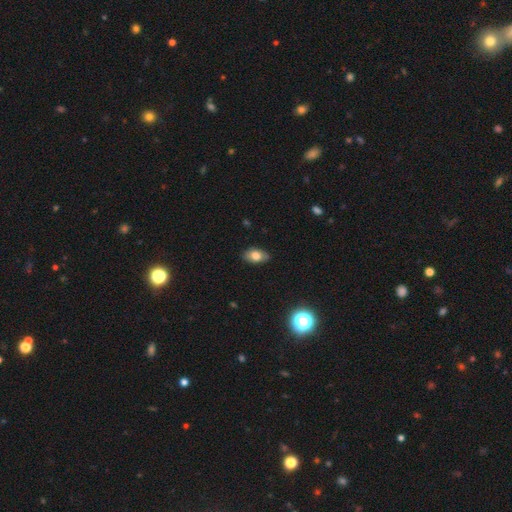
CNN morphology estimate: The model was most divided on "smooth or featured": smooth: 77%, featured or disk: 14%, star or artifact: 9%. More confident: how rounded — in between (90%); merging — none (83%).